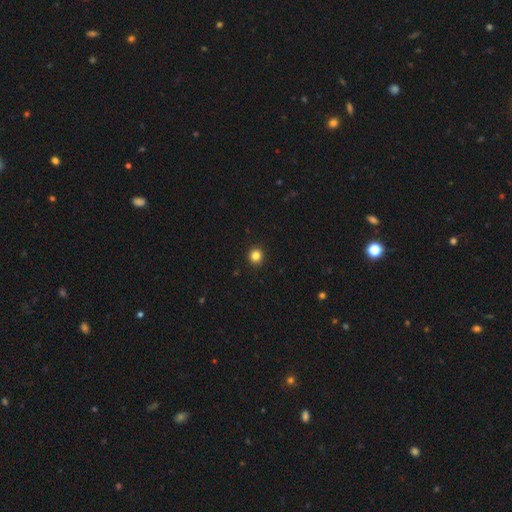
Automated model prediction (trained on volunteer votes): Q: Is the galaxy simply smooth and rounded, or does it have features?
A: smooth — 84%.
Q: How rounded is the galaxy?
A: round — 90%.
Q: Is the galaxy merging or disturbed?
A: none — 93%.